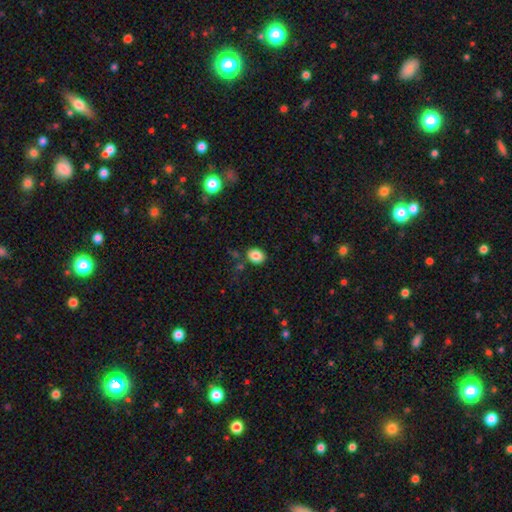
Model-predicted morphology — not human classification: This is clearly a smooth galaxy (85%). How rounded: possibly in between (53%). Merging: clearly none (82%).